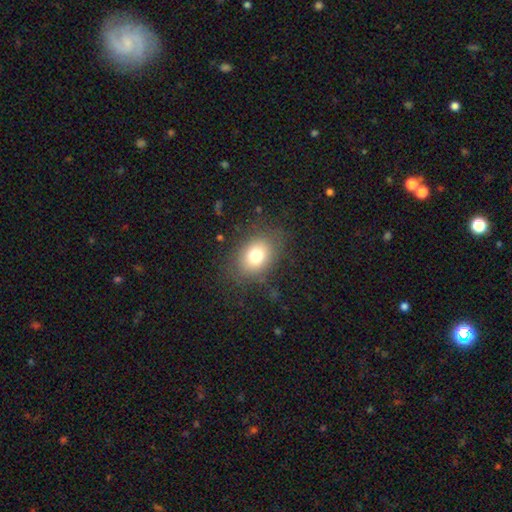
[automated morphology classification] Smooth or featured: smooth — 75% (featured or disk — 13%)
How rounded: in between — 64% (round — 35%)
Merging: none — 80% (minor disturbance — 12%)